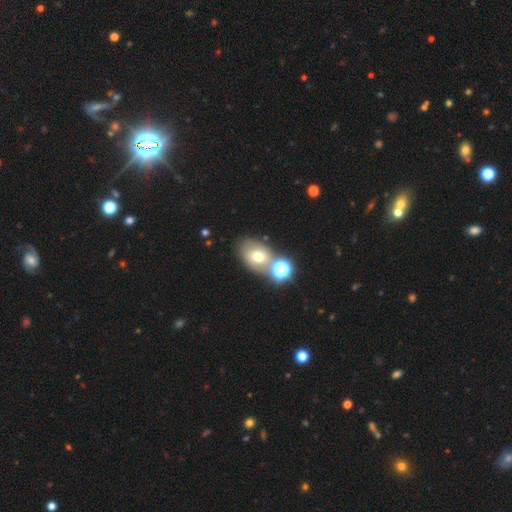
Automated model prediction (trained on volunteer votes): Q: Smooth or featured?
A: smooth (54%); runner-up: featured or disk (24%)
Q: How rounded?
A: in between (66%); runner-up: round (32%)
Q: Merging?
A: none (54%); runner-up: merger (28%)